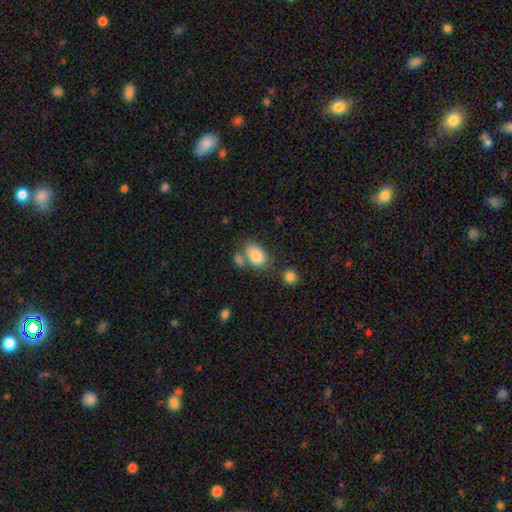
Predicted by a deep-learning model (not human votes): Morphology: type=smooth (85%); roundness=in between (85%); merging=none (56%).